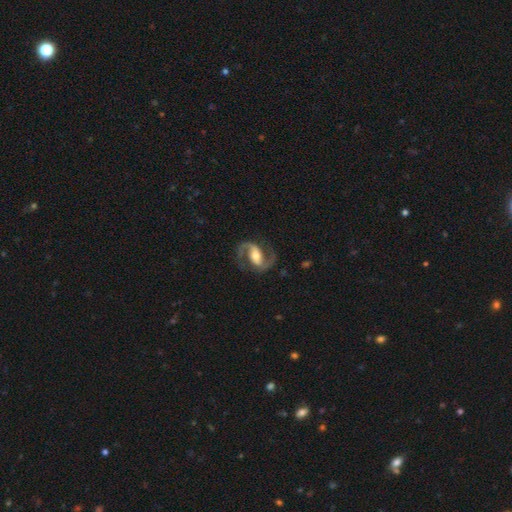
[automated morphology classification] Smooth or featured? Predicted: featured or disk (p=0.90). Edge-on disk? Predicted: no (p=0.97). Bar? Predicted: strong (p=0.39). Spiral arms? Predicted: yes (p=0.97). Spiral winding? Predicted: medium (p=0.57). Spiral arm count? Predicted: 2 (p=0.93). Bulge size? Predicted: moderate (p=0.65). Merging? Predicted: none (p=0.79).